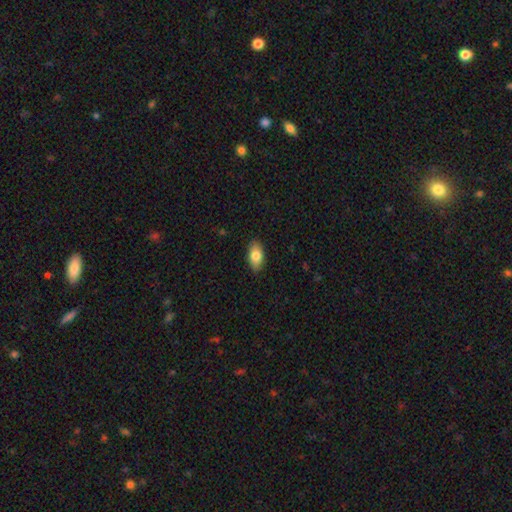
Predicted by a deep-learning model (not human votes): Smooth or featured? Predicted: smooth (p=0.80). How rounded? Predicted: in between (p=0.90). Merging? Predicted: none (p=0.88).